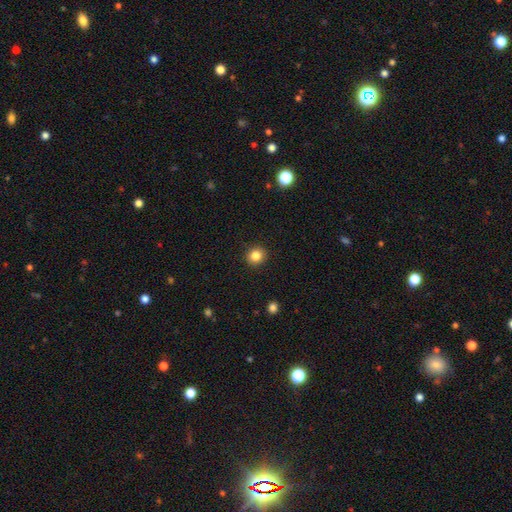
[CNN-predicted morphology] A smooth galaxy with no disk features (83%) that is round (90%).

Vote fractions:
- Smooth or featured? smooth: 83% / star or artifact: 11% / featured or disk: 5%
- How rounded? round: 90% / in between: 9% / cigar-shaped: 1%
- Merging? none: 92% / minor disturbance: 5% / major disturbance: 2% / merger: 1%